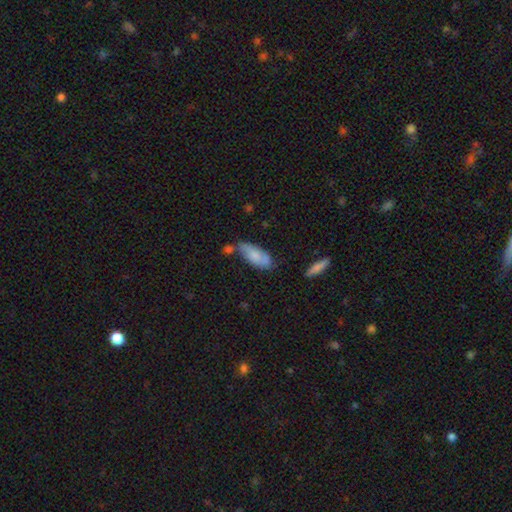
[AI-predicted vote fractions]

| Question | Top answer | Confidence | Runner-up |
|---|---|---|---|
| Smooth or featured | smooth | 73% | featured or disk (20%) |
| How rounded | in between | 80% | cigar-shaped (18%) |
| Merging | none | 48% | minor disturbance (29%) |